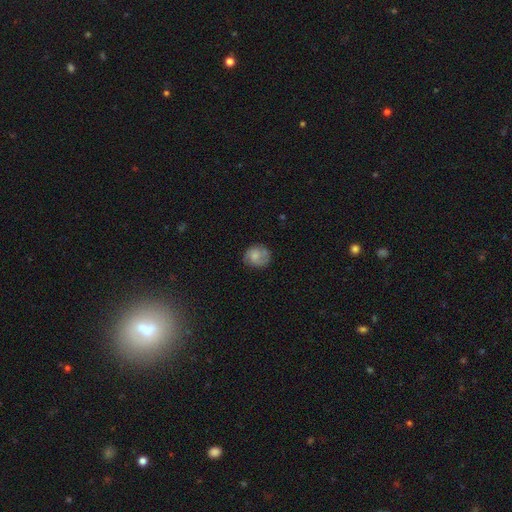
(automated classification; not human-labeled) Q: Smooth or featured?
A: smooth (61%); runner-up: featured or disk (30%)
Q: How rounded?
A: round (72%); runner-up: in between (27%)
Q: Merging?
A: none (68%); runner-up: minor disturbance (23%)